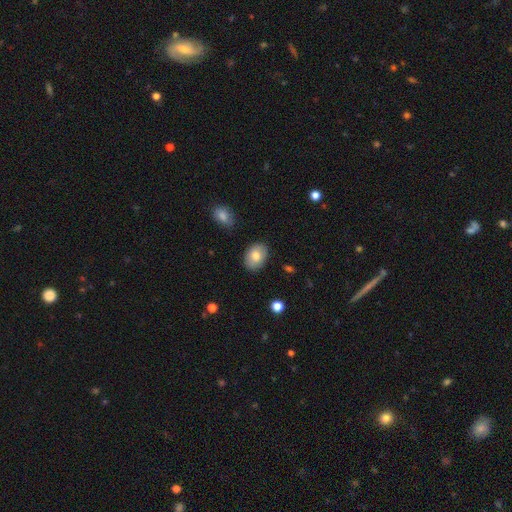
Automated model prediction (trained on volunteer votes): This is likely a smooth galaxy (78%). How rounded: likely in between (80%). Merging: clearly none (86%).